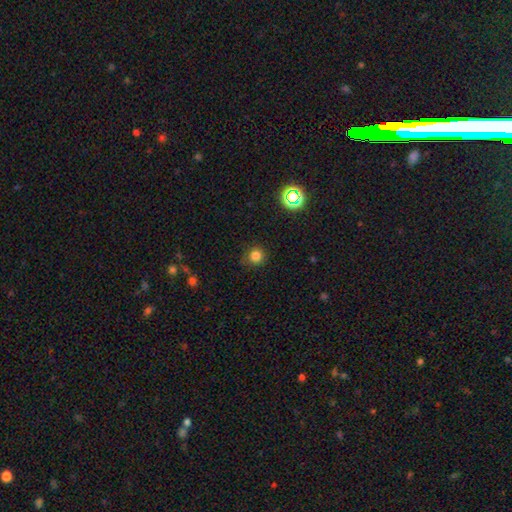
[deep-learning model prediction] Smooth or featured? Predicted: smooth (p=0.79). How rounded? Predicted: round (p=0.91). Merging? Predicted: none (p=0.84).